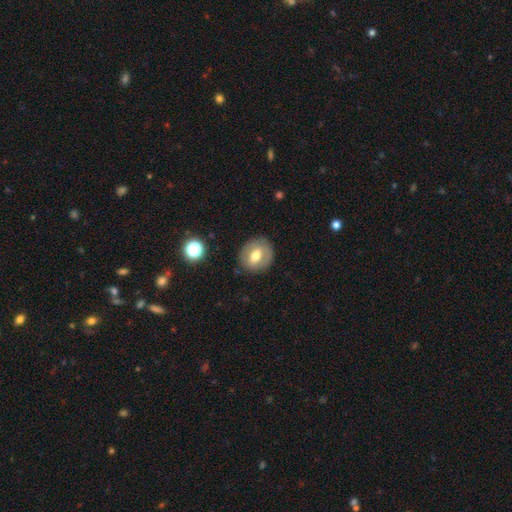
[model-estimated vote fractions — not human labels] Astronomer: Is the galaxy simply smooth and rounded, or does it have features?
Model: smooth — 59%.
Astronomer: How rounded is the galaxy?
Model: round — 69%.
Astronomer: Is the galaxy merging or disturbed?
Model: none — 82%.